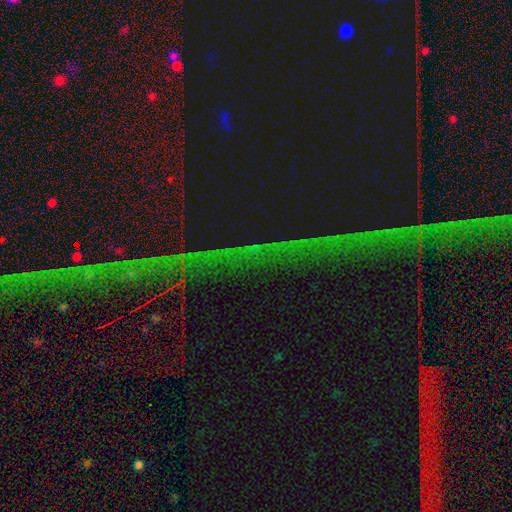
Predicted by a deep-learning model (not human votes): Smooth or featured? star or artifact (84%)